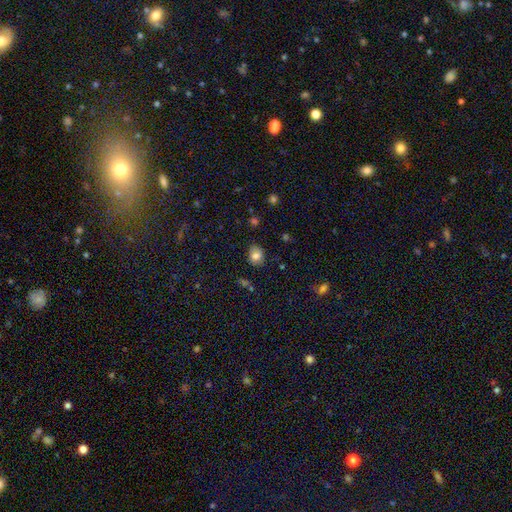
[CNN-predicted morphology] This appears to be a smooth galaxy with no disk features (79%) that is round (53%). Merging: none (77%).